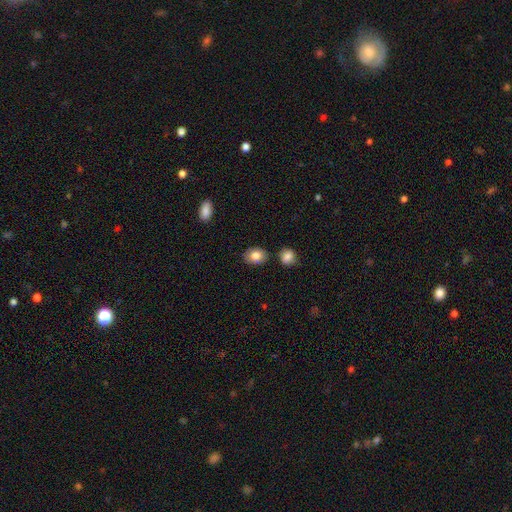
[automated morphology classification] smooth_or_featured: smooth (p=0.82) [alt: featured or disk p=0.10]
how_rounded: in between (p=0.66) [alt: round p=0.33]
merging: none (p=0.82) [alt: minor disturbance p=0.11]